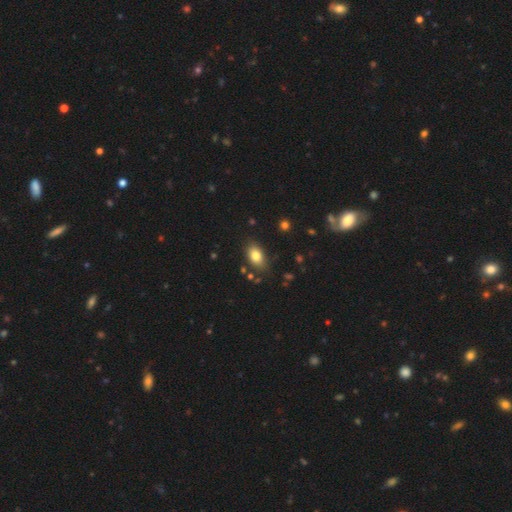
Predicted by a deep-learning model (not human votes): This is clearly a smooth galaxy (82%). How rounded: clearly in between (87%). Merging: clearly none (80%).